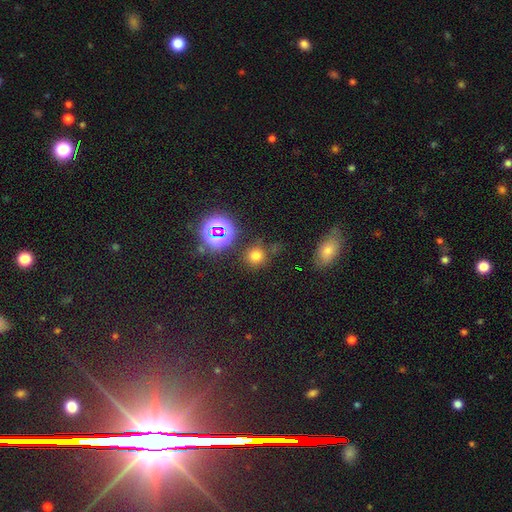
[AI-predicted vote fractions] This appears to be a smooth galaxy with no disk features (68%) that is round (88%). Merging: none (79%).